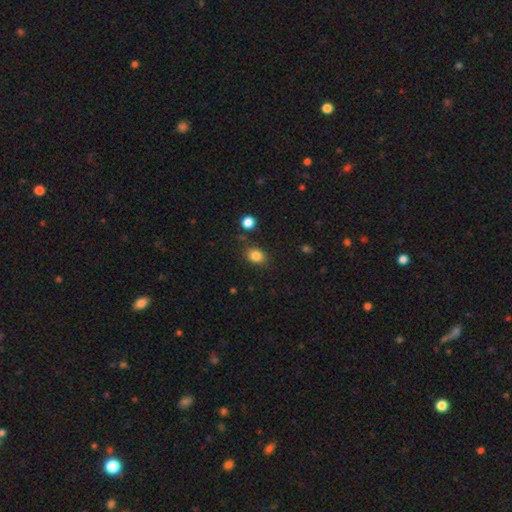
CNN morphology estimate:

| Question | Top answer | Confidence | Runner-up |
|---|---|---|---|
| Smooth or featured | smooth | 84% | star or artifact (11%) |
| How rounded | in between | 61% | round (38%) |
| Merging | none | 80% | minor disturbance (13%) |